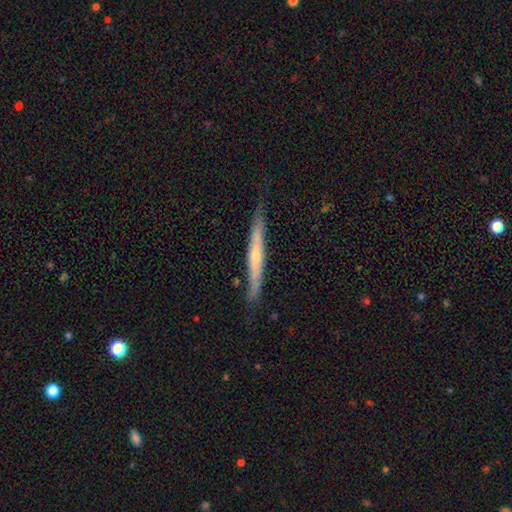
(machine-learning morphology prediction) Q: Smooth or featured?
A: featured or disk (59%); runner-up: smooth (35%)
Q: Edge-on disk?
A: yes (94%); runner-up: no (6%)
Q: Edge-on bulge?
A: rounded (53%); runner-up: none (42%)
Q: Merging?
A: none (80%); runner-up: minor disturbance (16%)